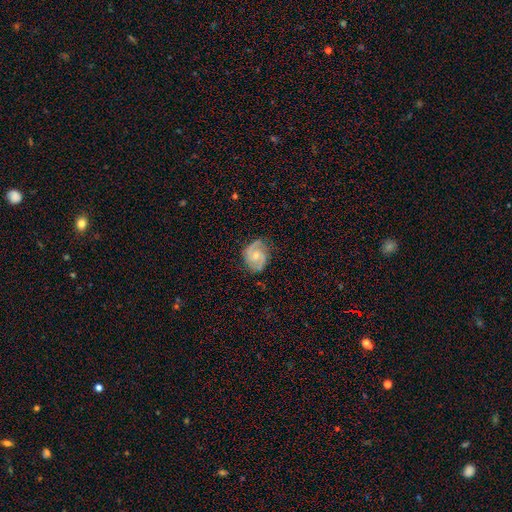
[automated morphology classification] This appears to be a featured or disk galaxy (86%) with no bar (58%), 2 (90%) medium (54%) spiral arms (97%) and a small central bulge (51%). Merging: none (77%).